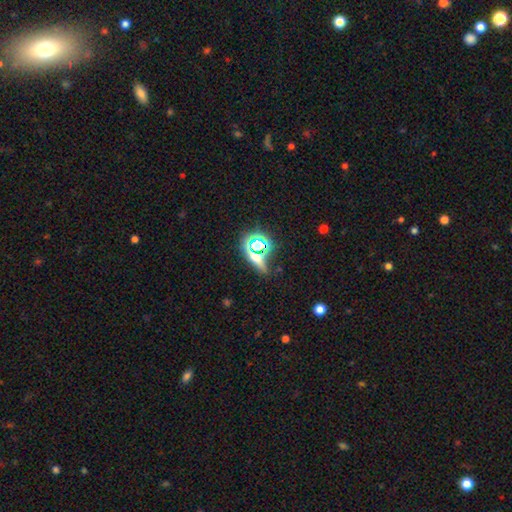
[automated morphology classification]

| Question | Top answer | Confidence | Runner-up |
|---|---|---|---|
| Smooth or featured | star or artifact | 49% | smooth (34%) |